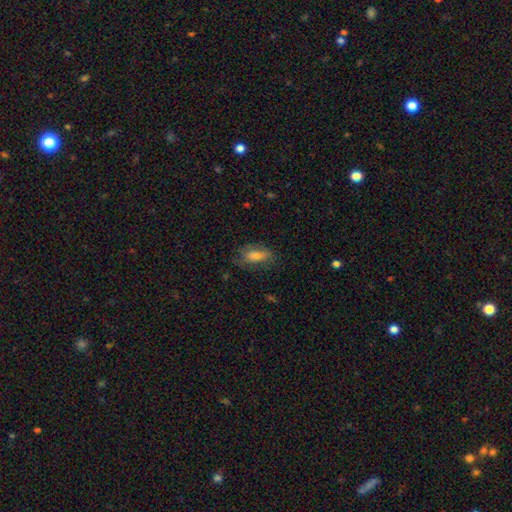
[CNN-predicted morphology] Overall: smooth (65%; featured or disk 25%). How rounded: in between (74%). Merging: none (66%).